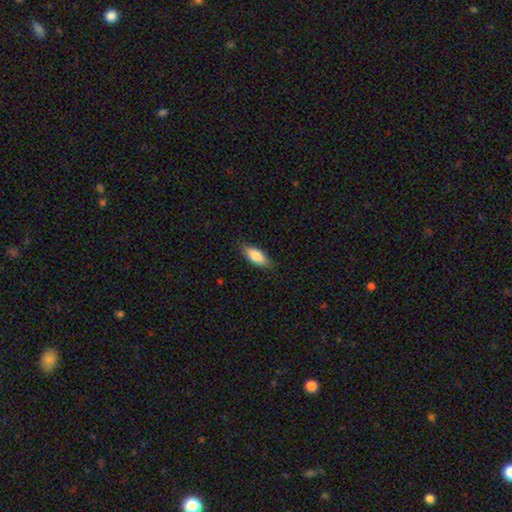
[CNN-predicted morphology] Smooth or featured: smooth — 85% (featured or disk — 9%)
How rounded: in between — 81% (cigar-shaped — 17%)
Merging: none — 83% (minor disturbance — 13%)